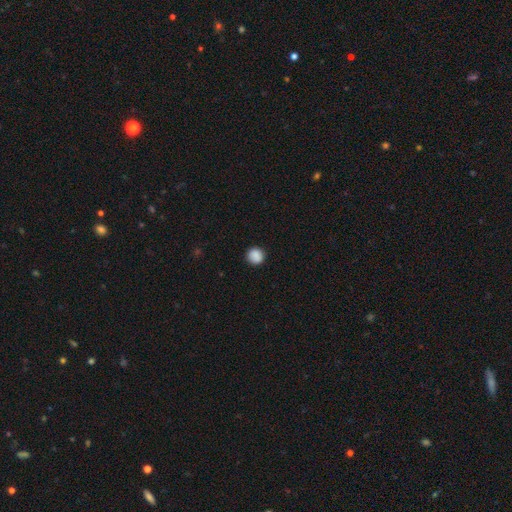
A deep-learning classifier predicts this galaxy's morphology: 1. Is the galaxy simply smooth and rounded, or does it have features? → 88% smooth, 9% star or artifact, 3% featured or disk.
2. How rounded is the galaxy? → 93% round, 6% in between, 1% cigar-shaped.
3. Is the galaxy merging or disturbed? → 90% none, 7% minor disturbance, 2% major disturbance, 1% merger.